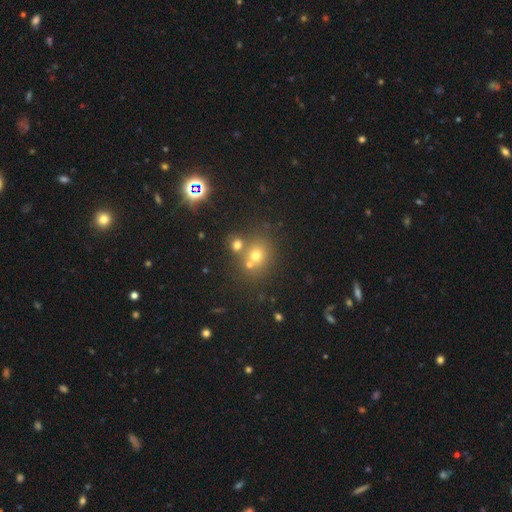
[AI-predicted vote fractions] This is likely a smooth galaxy (64%). How rounded: likely round (77%). Merging: likely none (60%).